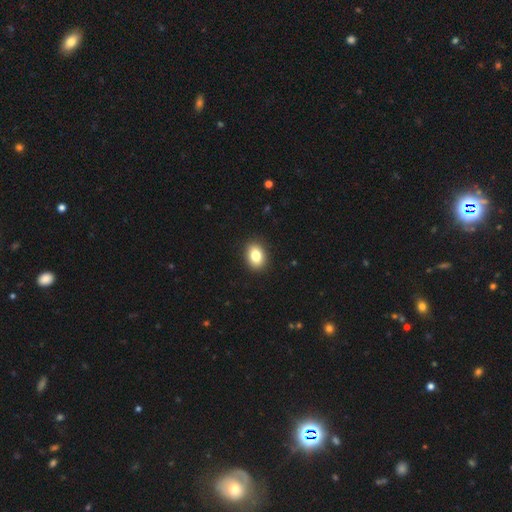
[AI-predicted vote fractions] This appears to be a smooth galaxy with no disk features (83%) that is in between round and cigar-shaped (75%). Merging: none (91%).